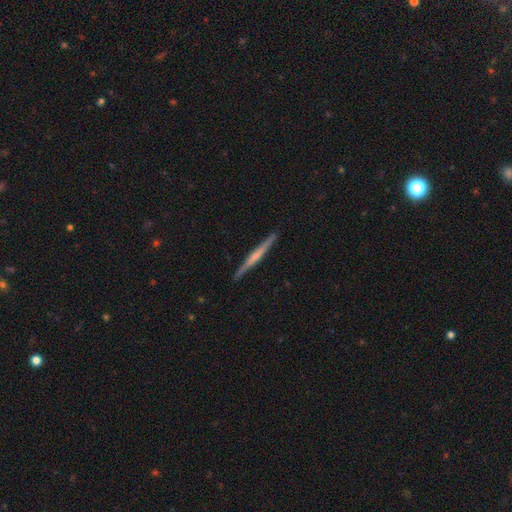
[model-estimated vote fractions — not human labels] Smooth or featured: featured or disk — 62% (smooth — 32%)
Edge-on disk: yes — 98% (no — 2%)
Edge-on bulge: none — 48% (rounded — 35%)
Merging: none — 91% (minor disturbance — 6%)